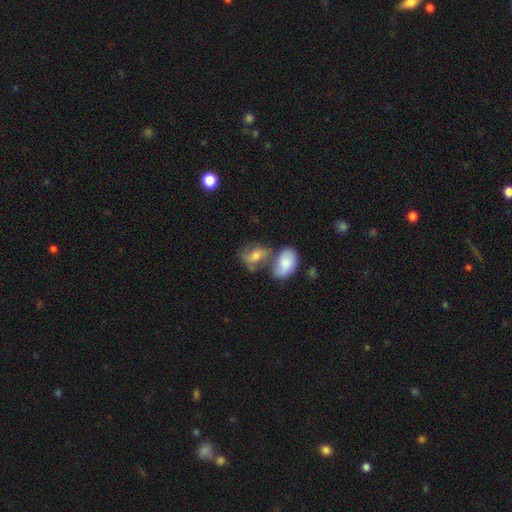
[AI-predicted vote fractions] This is likely a smooth galaxy (63%). How rounded: likely in between (78%). Merging: marginally merger (44%).